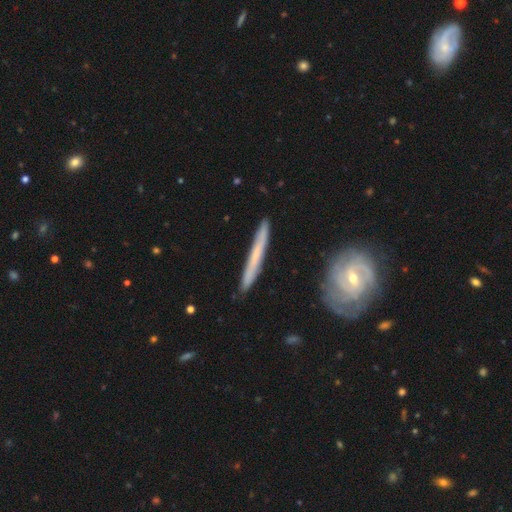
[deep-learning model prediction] Morphology: type=featured or disk (55%); edge-on=yes (81%); merging=none (86%).